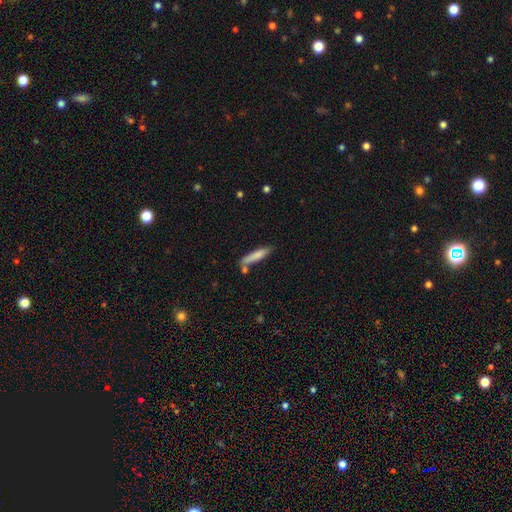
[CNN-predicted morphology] Overall: smooth (78%). How rounded: cigar-shaped (85%). Merging: none (68%).